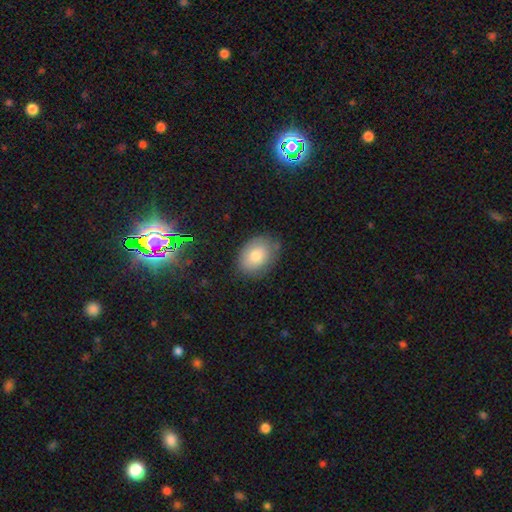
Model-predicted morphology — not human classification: Smooth or featured?
  - smooth: 79% *
  - featured or disk: 12%
  - star or artifact: 9%
How rounded?
  - in between: 76% *
  - round: 23%
  - cigar-shaped: 1%
Merging?
  - none: 76% *
  - minor disturbance: 19%
  - major disturbance: 4%
  - merger: 2%